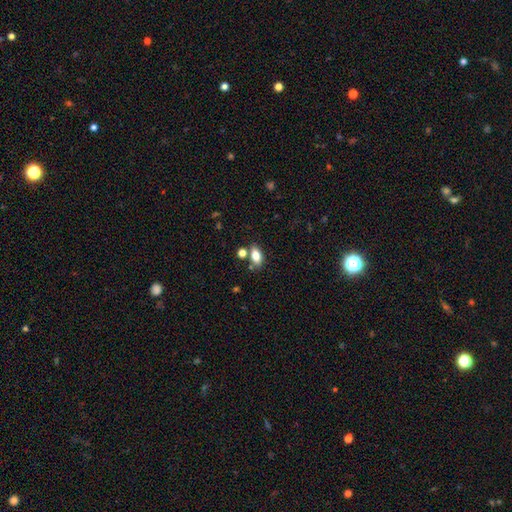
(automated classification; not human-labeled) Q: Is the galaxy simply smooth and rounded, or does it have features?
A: smooth — 80%.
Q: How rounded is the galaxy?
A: in between — 87%.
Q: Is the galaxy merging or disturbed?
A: none — 72%.